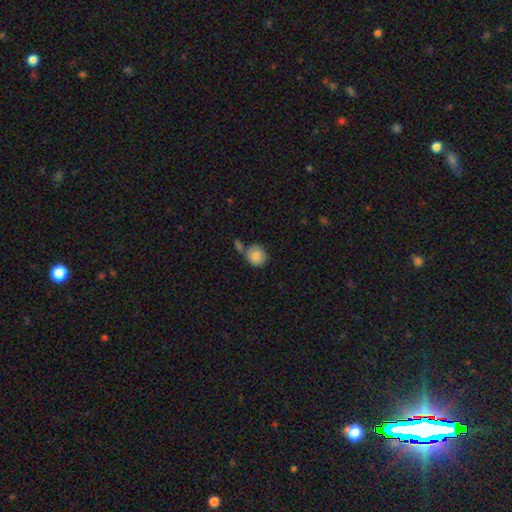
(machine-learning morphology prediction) Q: Smooth or featured?
A: smooth (86%); runner-up: featured or disk (7%)
Q: How rounded?
A: round (83%); runner-up: in between (16%)
Q: Merging?
A: none (52%); runner-up: merger (25%)